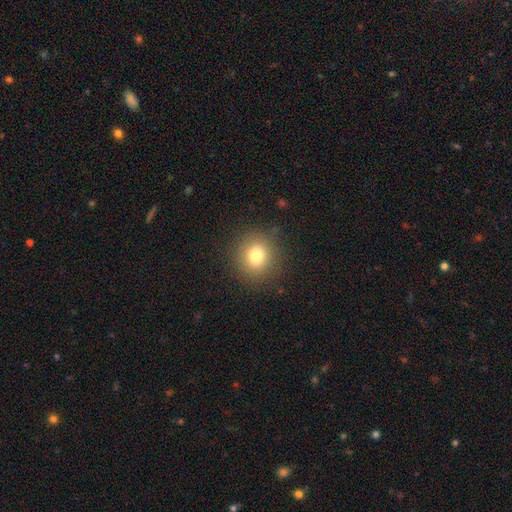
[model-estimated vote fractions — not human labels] Smooth or featured? smooth (78%)
How rounded? round (87%)
Merging? none (87%)